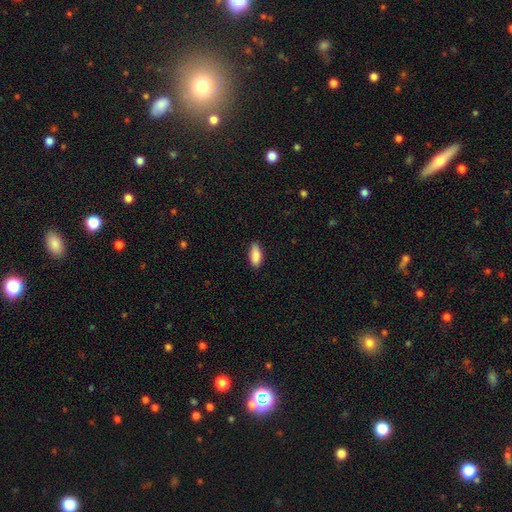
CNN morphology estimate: smooth-or-featured: smooth: 89% | star or artifact: 6% | featured or disk: 5%
  how-rounded: in between: 83% | cigar-shaped: 15% | round: 2%
  merging: none: 85% | minor disturbance: 12% | major disturbance: 2% | merger: 1%